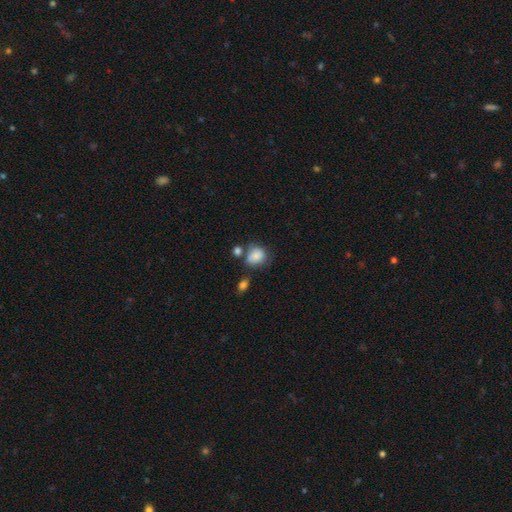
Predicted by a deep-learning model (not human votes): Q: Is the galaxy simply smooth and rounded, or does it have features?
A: smooth — 83%.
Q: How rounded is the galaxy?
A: round — 61%.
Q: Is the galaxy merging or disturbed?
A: none — 49%.